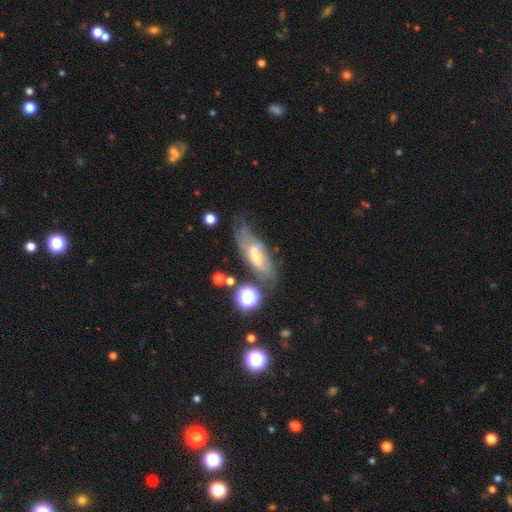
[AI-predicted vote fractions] featured or disk 56%, smooth 33%, star or artifact 11%. Down the decision tree: edge-on disk — no (73%); merging — none (50%).